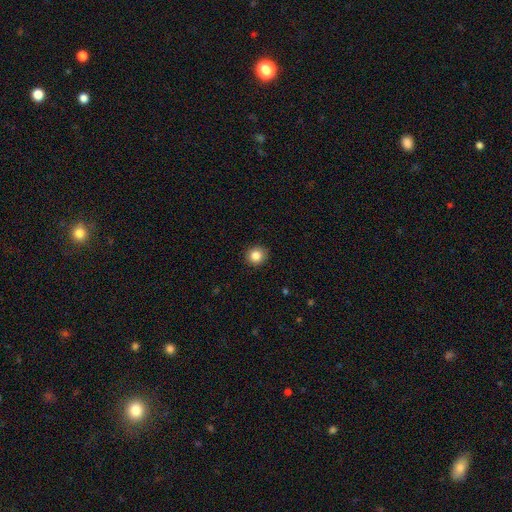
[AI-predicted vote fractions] This appears to be a smooth galaxy with no disk features (85%) that is round (90%). Merging: none (90%).